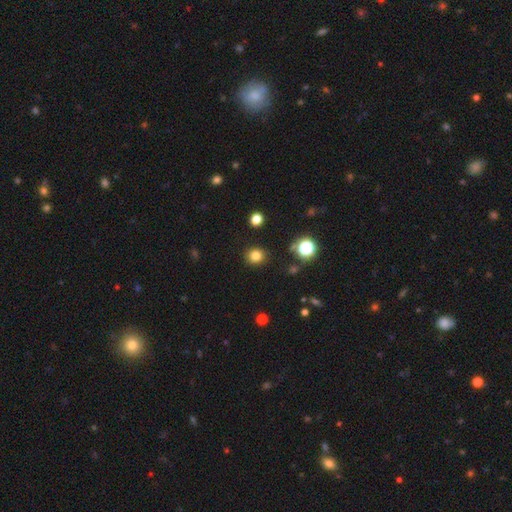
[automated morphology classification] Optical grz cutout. It shows a smooth galaxy with no disk features (80%) that is round (86%). Merging: none (90%).